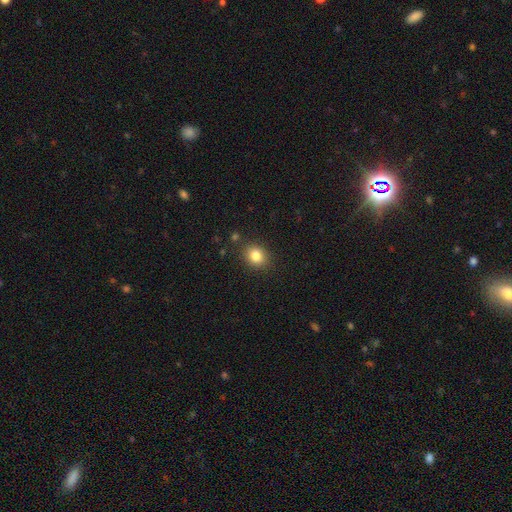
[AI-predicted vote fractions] Smooth or featured? smooth (83%)
How rounded? round (61%)
Merging? none (86%)